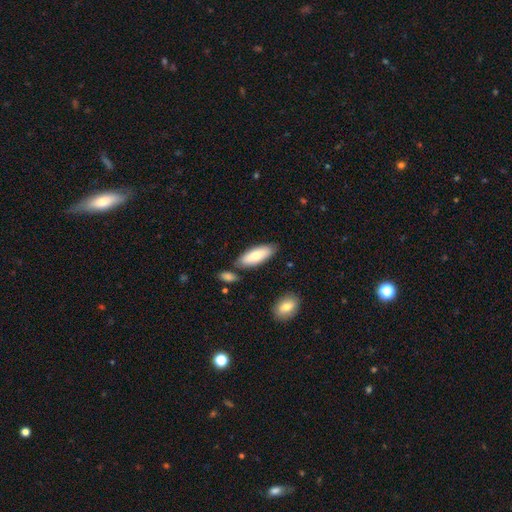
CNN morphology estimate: smooth_or_featured: smooth (p=0.76) [alt: featured or disk p=0.18]
how_rounded: in between (p=0.71) [alt: cigar-shaped p=0.28]
merging: none (p=0.77) [alt: minor disturbance p=0.13]